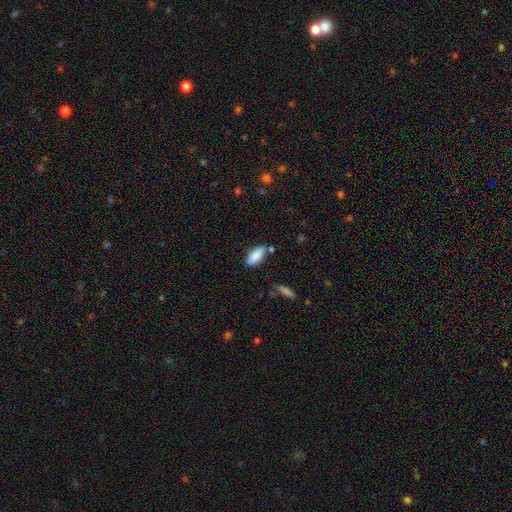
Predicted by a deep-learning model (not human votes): Smooth or featured? Predicted: smooth (p=0.87). How rounded? Predicted: in between (p=0.85). Merging? Predicted: none (p=0.79).